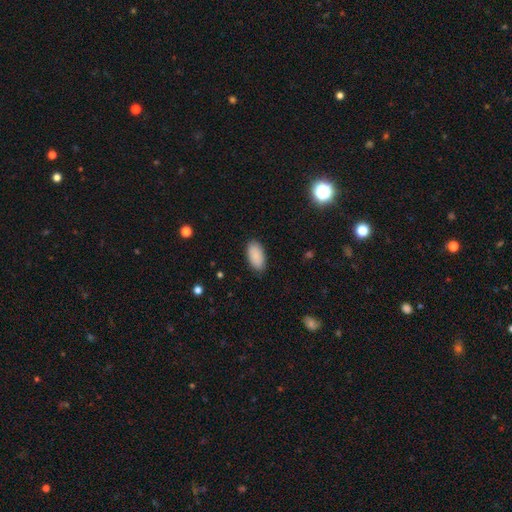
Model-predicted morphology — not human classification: This appears to be a smooth galaxy with no disk features (89%) that is in between round and cigar-shaped (95%). Merging: none (86%).